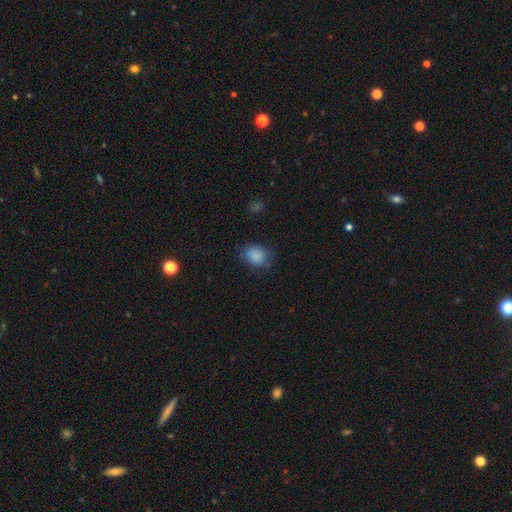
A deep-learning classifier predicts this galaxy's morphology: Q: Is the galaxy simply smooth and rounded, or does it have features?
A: smooth — 86%.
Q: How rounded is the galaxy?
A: in between — 50%.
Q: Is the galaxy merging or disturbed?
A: none — 71%.